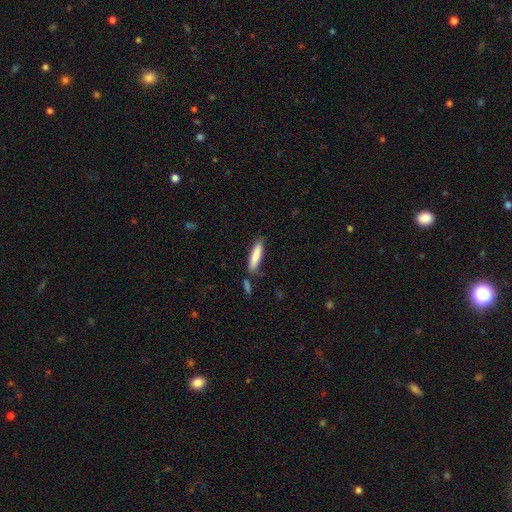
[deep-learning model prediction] This is clearly a smooth galaxy (82%). How rounded: clearly cigar-shaped (80%). Merging: likely none (75%).